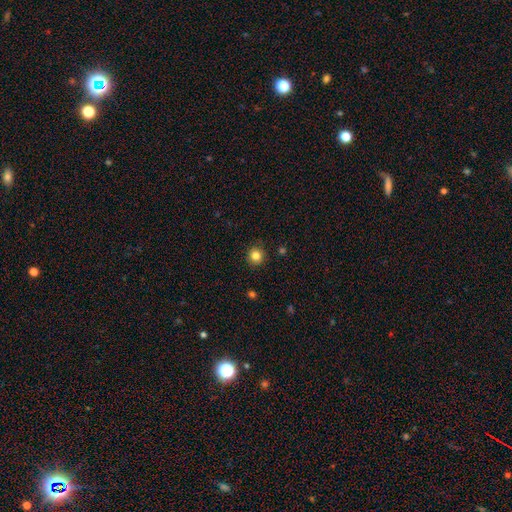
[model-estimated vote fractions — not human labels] smooth 83%, star or artifact 12%, featured or disk 5%. Down the decision tree: how rounded — round (93%); merging — none (91%).